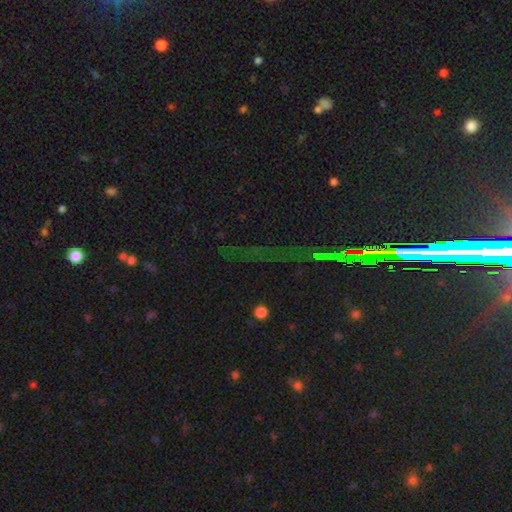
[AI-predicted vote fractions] Smooth or featured: star or artifact — 79% (smooth — 11%)